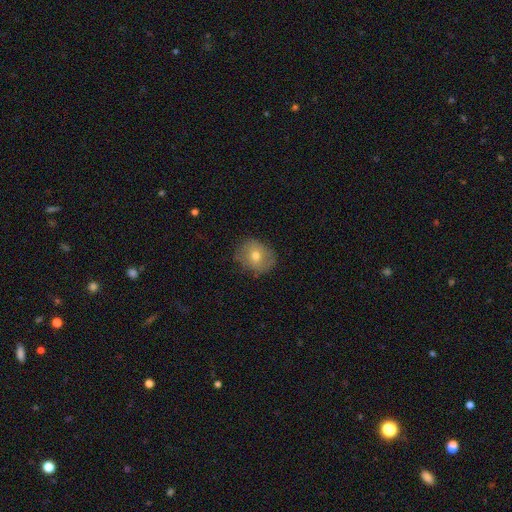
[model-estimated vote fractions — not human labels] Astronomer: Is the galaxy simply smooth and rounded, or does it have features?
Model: smooth — 64%.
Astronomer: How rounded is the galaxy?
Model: round — 61% (runner-up: in between, 38%).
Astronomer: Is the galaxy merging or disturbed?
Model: none — 79%.